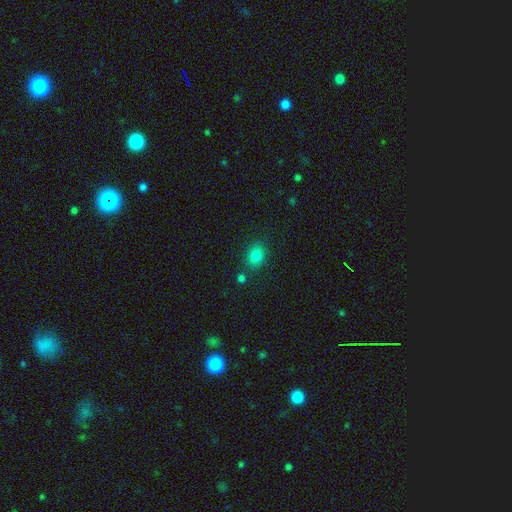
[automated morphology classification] Smooth or featured: smooth — 82% (star or artifact — 12%)
How rounded: in between — 52% (round — 47%)
Merging: none — 80% (minor disturbance — 11%)